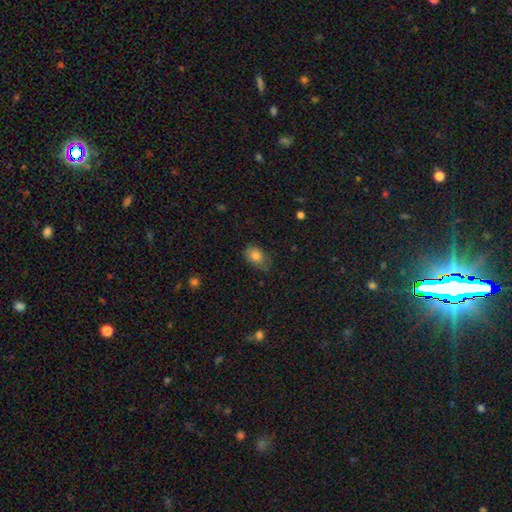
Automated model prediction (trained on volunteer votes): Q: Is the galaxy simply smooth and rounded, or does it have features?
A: smooth — 83%.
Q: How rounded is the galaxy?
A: in between — 71%.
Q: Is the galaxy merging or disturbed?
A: none — 62%.